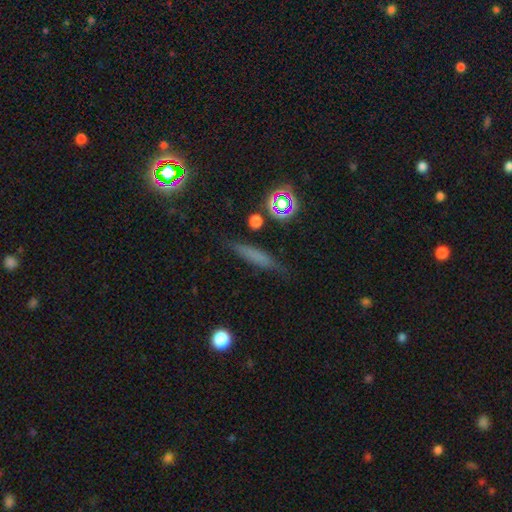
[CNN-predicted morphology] Smooth or featured? Predicted: smooth (p=0.56). How rounded? Predicted: cigar-shaped (p=0.84). Merging? Predicted: none (p=0.79).